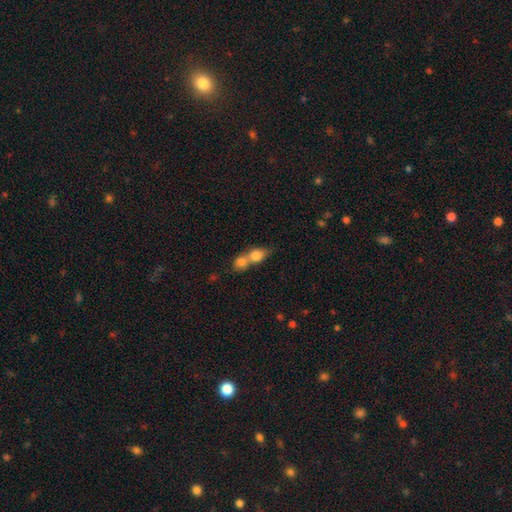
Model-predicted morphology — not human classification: smooth_or_featured: smooth (p=0.77) [alt: featured or disk p=0.15]
how_rounded: in between (p=0.53) [alt: round p=0.43]
merging: merger (p=0.76) [alt: none p=0.17]